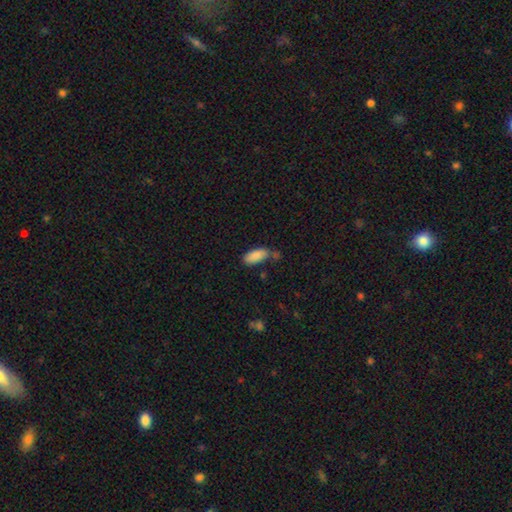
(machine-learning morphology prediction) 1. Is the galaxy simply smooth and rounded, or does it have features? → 88% smooth, 7% star or artifact, 5% featured or disk.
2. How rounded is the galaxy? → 86% in between, 12% cigar-shaped, 2% round.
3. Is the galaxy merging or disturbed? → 58% none, 23% minor disturbance, 12% merger, 6% major disturbance.